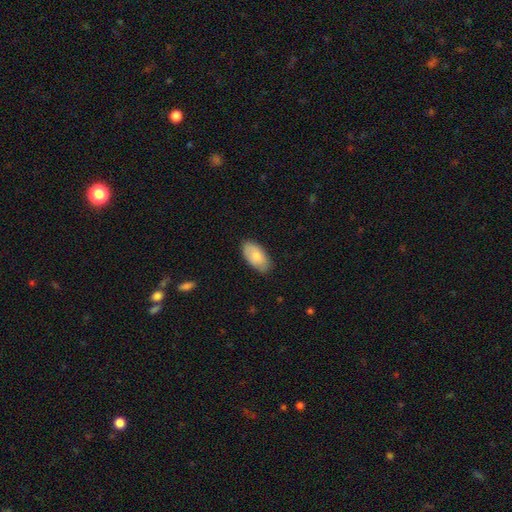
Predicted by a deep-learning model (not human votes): A smooth galaxy with no disk features (79%) that is in between round and cigar-shaped (95%). Merging: none (81%).